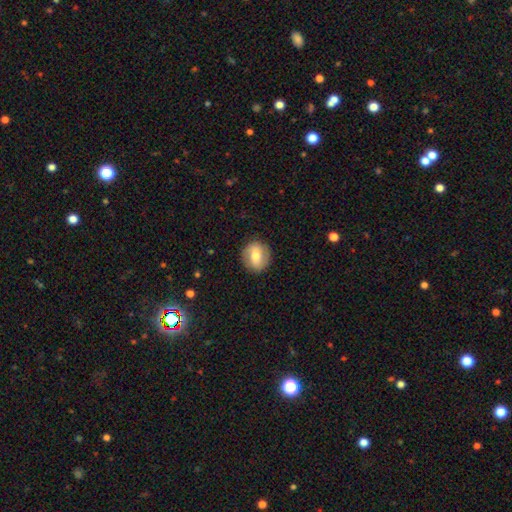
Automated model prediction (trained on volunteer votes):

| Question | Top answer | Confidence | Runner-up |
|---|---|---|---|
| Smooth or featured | smooth | 59% | featured or disk (33%) |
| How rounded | round | 80% | in between (19%) |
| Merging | none | 87% | minor disturbance (9%) |